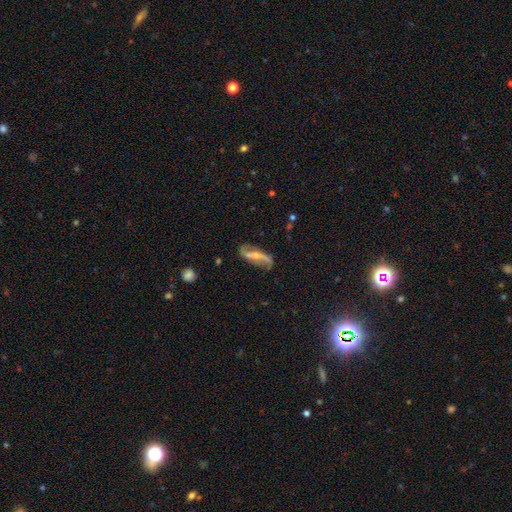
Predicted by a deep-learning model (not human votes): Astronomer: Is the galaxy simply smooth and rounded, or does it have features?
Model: featured or disk — 76%.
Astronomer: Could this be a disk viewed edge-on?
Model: no — 84%.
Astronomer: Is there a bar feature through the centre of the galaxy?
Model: strong — 37% (runner-up: no, 32%).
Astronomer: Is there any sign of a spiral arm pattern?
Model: yes — 86%.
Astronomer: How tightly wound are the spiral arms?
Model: loose — 74%.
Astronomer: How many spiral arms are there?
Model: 2 — 89%.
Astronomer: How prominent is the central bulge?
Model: small — 44% (runner-up: moderate, 43%).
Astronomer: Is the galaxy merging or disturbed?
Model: none — 67%.